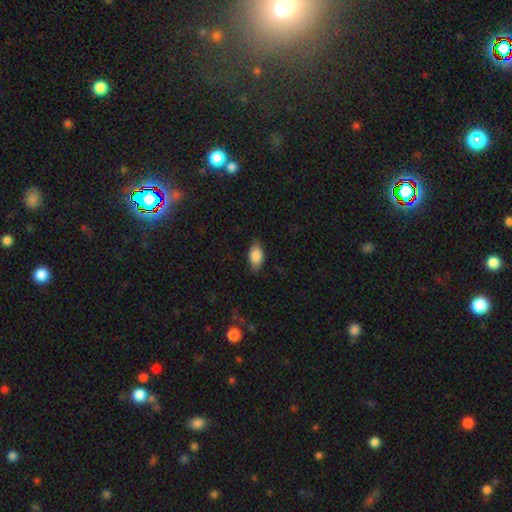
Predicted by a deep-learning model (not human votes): A smooth galaxy with no disk features (84%) that is in between round and cigar-shaped (91%).

Vote fractions:
- Smooth or featured? smooth: 84% / featured or disk: 9% / star or artifact: 7%
- How rounded? in between: 91% / cigar-shaped: 5% / round: 4%
- Merging? none: 82% / minor disturbance: 14% / major disturbance: 3% / merger: 1%